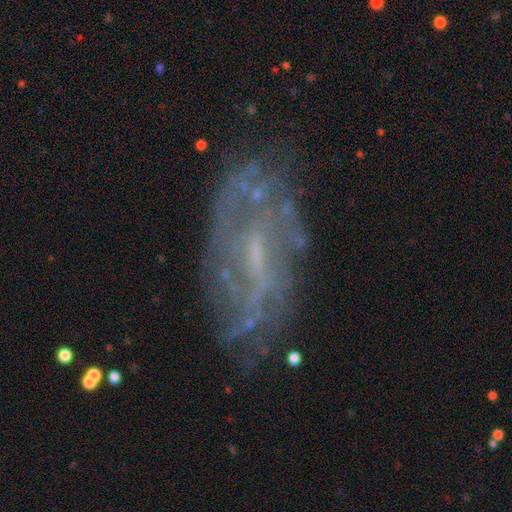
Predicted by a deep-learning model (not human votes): This appears to be a featured or disk galaxy (74%) with a weak bar (50%), tight (41%) spiral arms (77%) and a small central bulge (58%). Merging: none (73%).